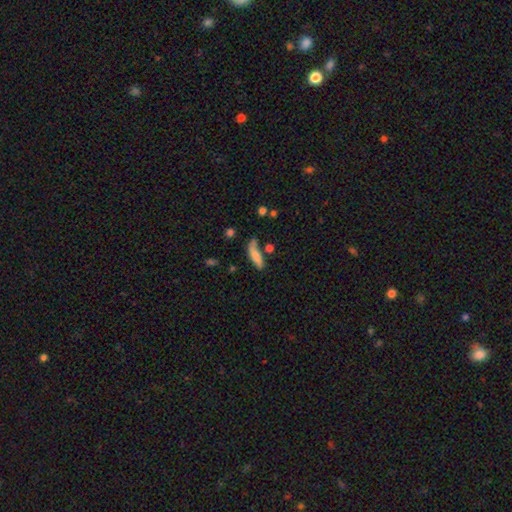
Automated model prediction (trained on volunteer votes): This appears to be a smooth galaxy with no disk features (74%) that is cigar-shaped (57%). Merging: none (49%).